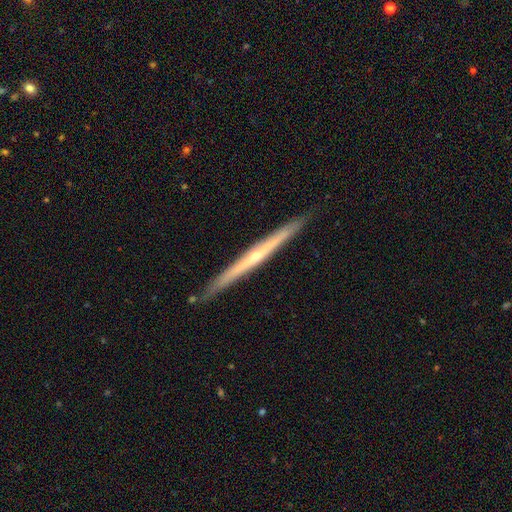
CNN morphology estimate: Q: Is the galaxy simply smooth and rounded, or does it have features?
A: featured or disk — 75%.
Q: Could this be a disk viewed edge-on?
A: yes — 98%.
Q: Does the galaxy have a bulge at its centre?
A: rounded — 60%.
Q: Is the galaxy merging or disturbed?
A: none — 90%.